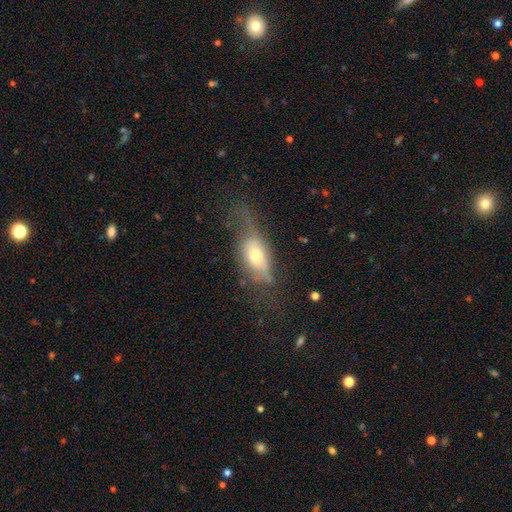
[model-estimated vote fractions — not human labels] Smooth or featured? Predicted: smooth (p=0.53). How rounded? Predicted: in between (p=0.80). Merging? Predicted: major disturbance (p=0.36).